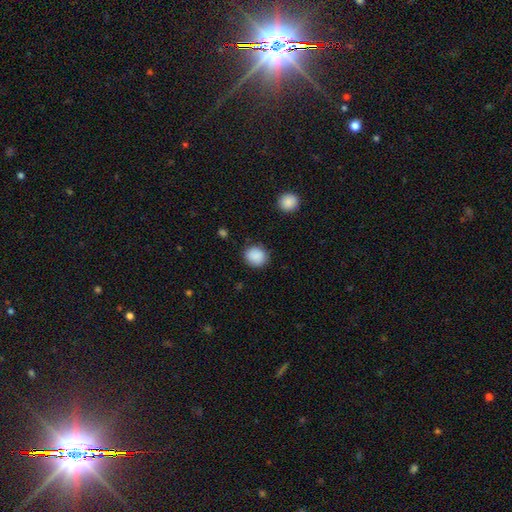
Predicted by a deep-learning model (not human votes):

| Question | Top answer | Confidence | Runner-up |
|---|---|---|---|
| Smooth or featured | smooth | 89% | star or artifact (8%) |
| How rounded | round | 82% | in between (17%) |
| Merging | none | 86% | minor disturbance (9%) |